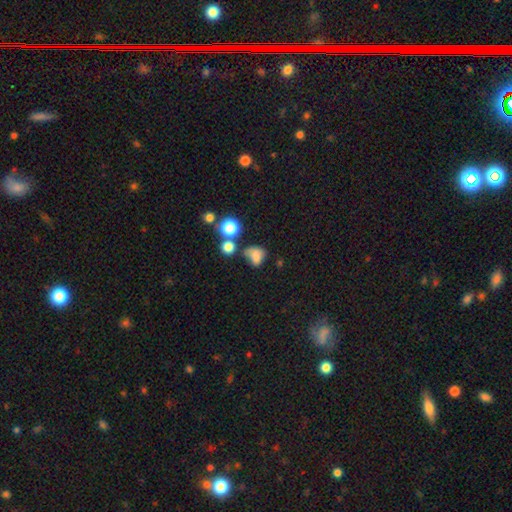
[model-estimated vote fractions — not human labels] A smooth galaxy with no disk features (75%) that is in between round and cigar-shaped (49%, tied with round).

Vote fractions:
- Smooth or featured? smooth: 75% / star or artifact: 15% / featured or disk: 10%
- How rounded? in between: 49% (tied) / round: 49% (tied) / cigar-shaped: 1%
- Merging? none: 41% / minor disturbance: 25% / merger: 19% / major disturbance: 15%